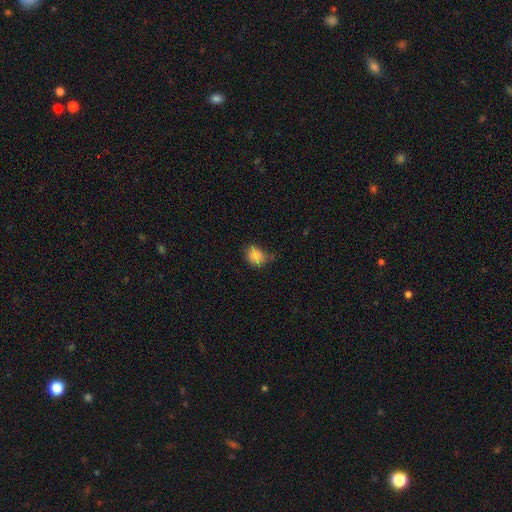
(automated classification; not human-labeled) smooth-or-featured: smooth: 83% | star or artifact: 10% | featured or disk: 6%
  how-rounded: round: 51% | in between: 48% | cigar-shaped: 1%
  merging: none: 58% | minor disturbance: 31% | major disturbance: 8% | merger: 3%